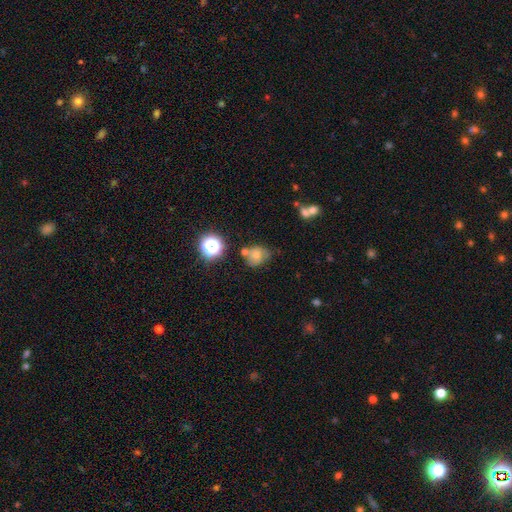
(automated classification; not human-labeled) A smooth galaxy with no disk features (53%) that is round (62%).

Vote fractions:
- Smooth or featured? smooth: 53% / featured or disk: 24% / star or artifact: 23%
- How rounded? round: 62% / in between: 37% / cigar-shaped: 1%
- Merging? none: 54% / minor disturbance: 25% / merger: 12% / major disturbance: 10%